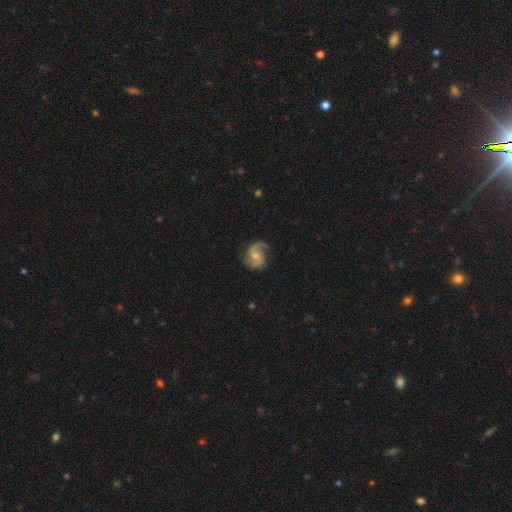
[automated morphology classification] Overall: featured or disk (86%). Edge-on disk: no (98%). Bar: no (50%; weak 42%). Spiral arms: yes (97%). Spiral arm count: 2 (88%). Spiral winding: medium (50%; loose 34%). Bulge size: small (51%; moderate 42%). Merging: none (73%).